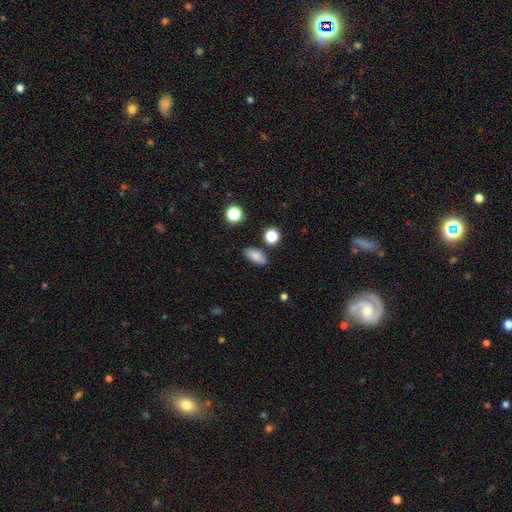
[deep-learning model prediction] This appears to be a smooth galaxy with no disk features (83%) that is in between round and cigar-shaped (87%). Merging: none (84%).